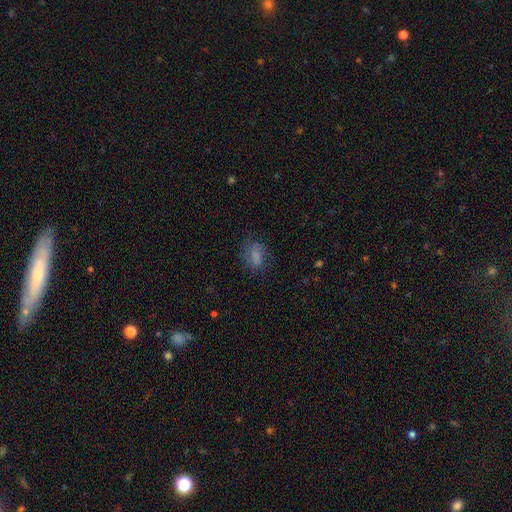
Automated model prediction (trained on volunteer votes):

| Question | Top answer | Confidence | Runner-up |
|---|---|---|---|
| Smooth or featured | smooth | 69% | featured or disk (20%) |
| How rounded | in between | 83% | round (12%) |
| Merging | none | 61% | minor disturbance (23%) |